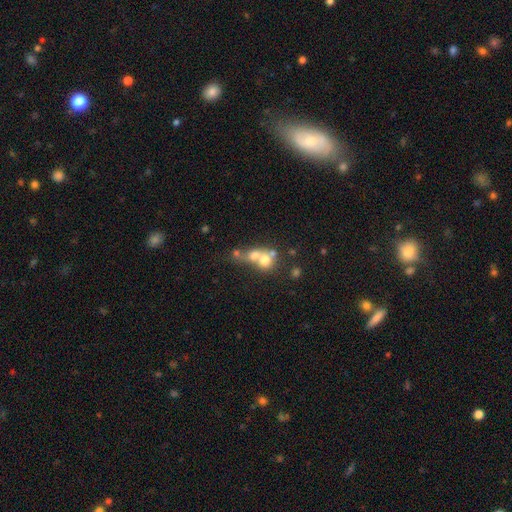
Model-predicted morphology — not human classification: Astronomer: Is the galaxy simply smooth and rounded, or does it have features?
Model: smooth — 60%.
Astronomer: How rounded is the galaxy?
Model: round — 75%.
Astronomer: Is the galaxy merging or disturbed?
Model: merger — 65%.